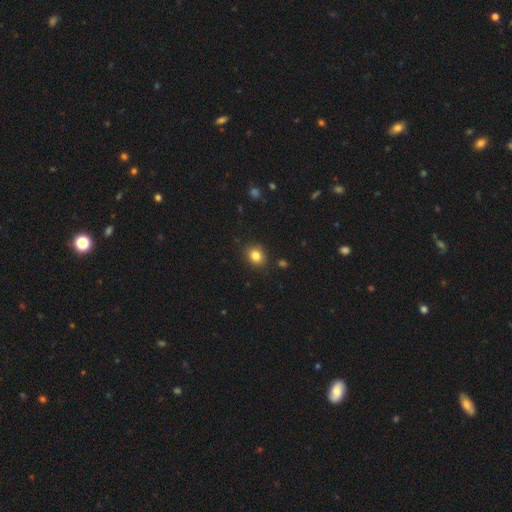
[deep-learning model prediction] The model was most divided on "how rounded": round: 63%, in between: 36%, cigar-shaped: 1%. More confident: merging — none (87%); smooth or featured — smooth (83%).